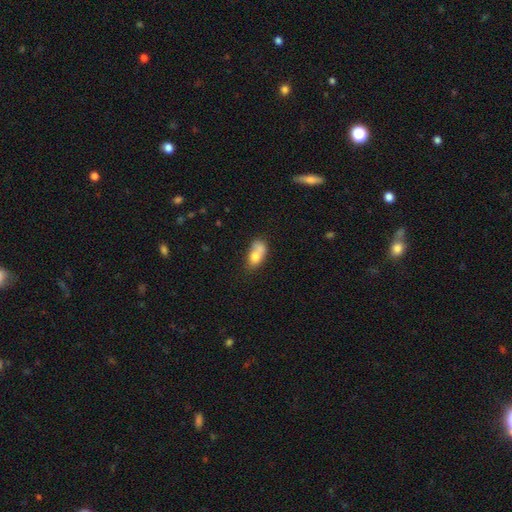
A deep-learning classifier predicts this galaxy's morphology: The model was most divided on "merging": merger: 49%, none: 26%, minor disturbance: 16%, major disturbance: 9%. More confident: how rounded — in between (77%); smooth or featured — smooth (70%).